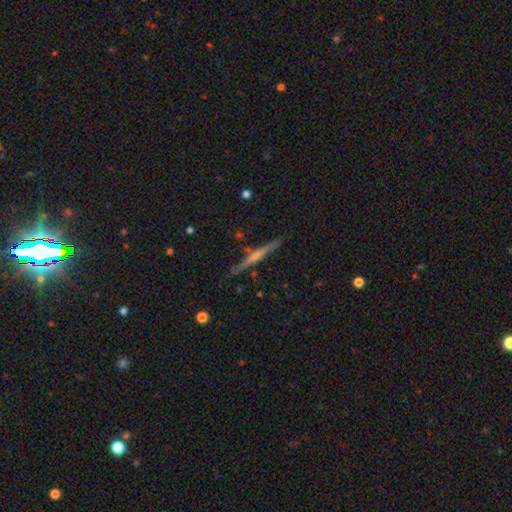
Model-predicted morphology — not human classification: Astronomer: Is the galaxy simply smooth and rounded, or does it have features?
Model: featured or disk — 67%.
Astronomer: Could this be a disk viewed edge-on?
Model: yes — 98%.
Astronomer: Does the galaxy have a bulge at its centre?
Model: rounded — 47% (runner-up: none, 43%).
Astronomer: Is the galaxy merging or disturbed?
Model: none — 87%.